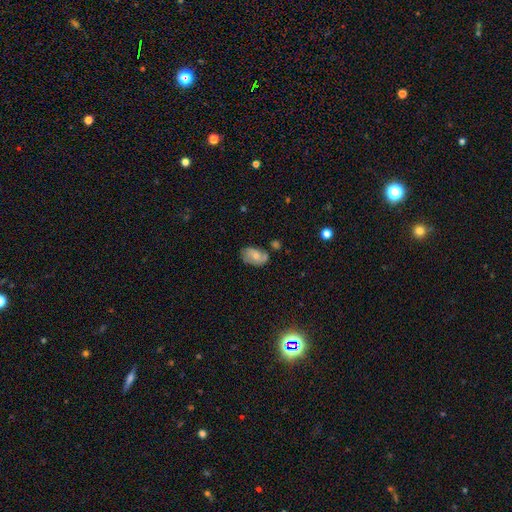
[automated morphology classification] A smooth galaxy with no disk features (50%). Merging: none (54%).